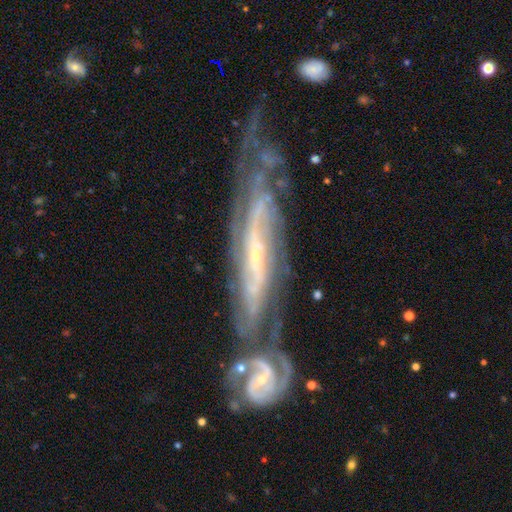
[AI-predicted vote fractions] Smooth or featured? Predicted: featured or disk (p=0.87). Edge-on disk? Predicted: no (p=0.78). Bar? Predicted: no (p=0.38). Spiral arms? Predicted: yes (p=0.96). Spiral winding? Predicted: tight (p=0.54). Spiral arm count? Predicted: 2 (p=0.33). Bulge size? Predicted: small (p=0.79). Merging? Predicted: merger (p=0.46).